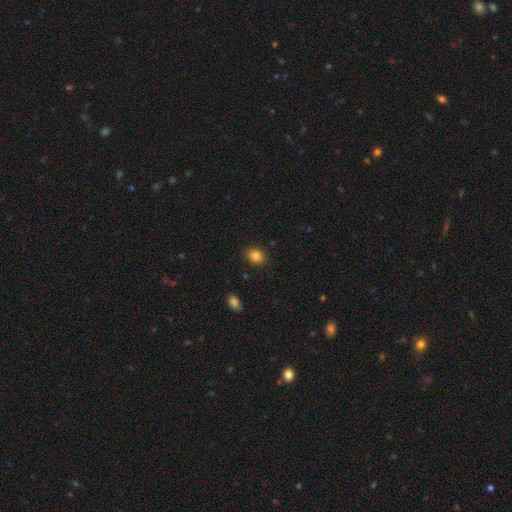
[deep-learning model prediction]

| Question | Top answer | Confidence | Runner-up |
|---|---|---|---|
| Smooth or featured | smooth | 85% | star or artifact (10%) |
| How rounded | round | 51% | in between (48%) |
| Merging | none | 86% | minor disturbance (10%) |